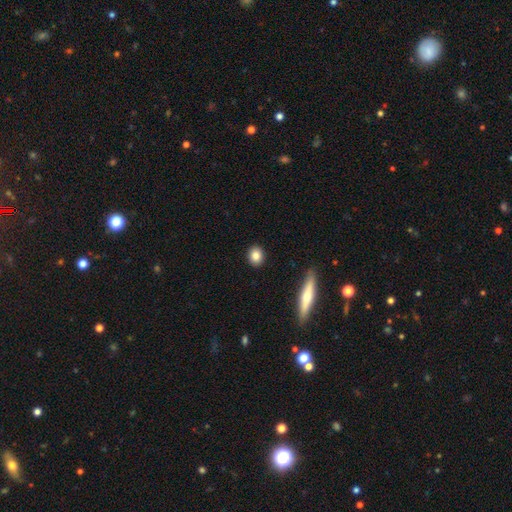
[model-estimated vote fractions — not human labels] A smooth galaxy with no disk features (85%) that is round (63%). Merging: none (91%).